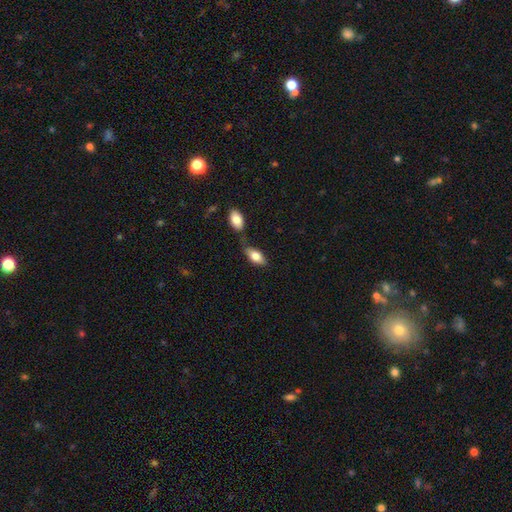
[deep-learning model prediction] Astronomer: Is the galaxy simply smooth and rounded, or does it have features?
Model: smooth — 76%.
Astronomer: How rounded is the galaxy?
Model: in between — 86%.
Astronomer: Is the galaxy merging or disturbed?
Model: none — 57%.